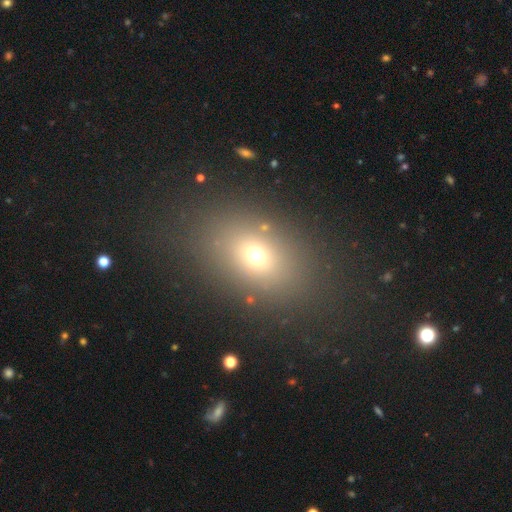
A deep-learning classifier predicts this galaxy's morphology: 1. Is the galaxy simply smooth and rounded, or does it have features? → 66% smooth, 20% star or artifact, 14% featured or disk.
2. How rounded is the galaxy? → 64% in between, 35% round, 2% cigar-shaped.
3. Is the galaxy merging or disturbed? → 80% none, 10% minor disturbance, 7% major disturbance, 3% merger.